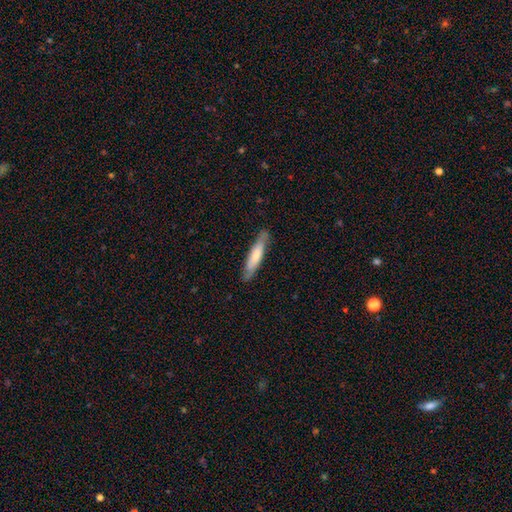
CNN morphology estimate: A smooth galaxy with no disk features (63%) that is cigar-shaped (84%). Merging: none (83%).